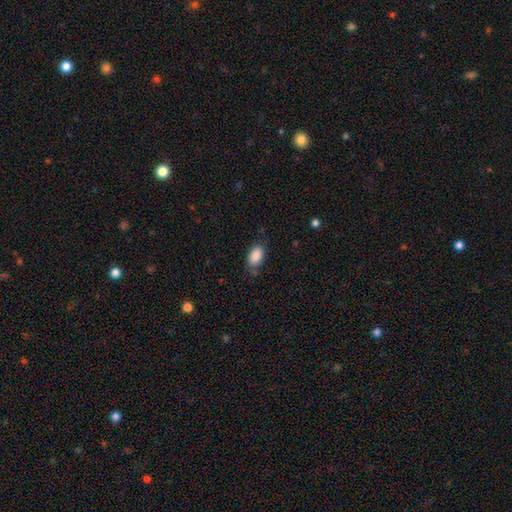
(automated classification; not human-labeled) smooth_or_featured: smooth (p=0.88) [alt: star or artifact p=0.07]
how_rounded: in between (p=0.93) [alt: round p=0.05]
merging: none (p=0.71) [alt: minor disturbance p=0.21]